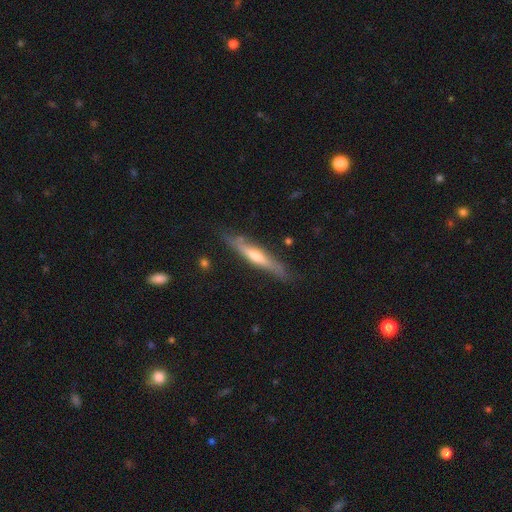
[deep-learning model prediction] Smooth or featured?
  - featured or disk: 56% *
  - smooth: 39%
  - star or artifact: 5%
Edge-on disk?
  - yes: 89% *
  - no: 11%
Merging?
  - none: 77% *
  - minor disturbance: 17%
  - major disturbance: 3%
  - merger: 2%